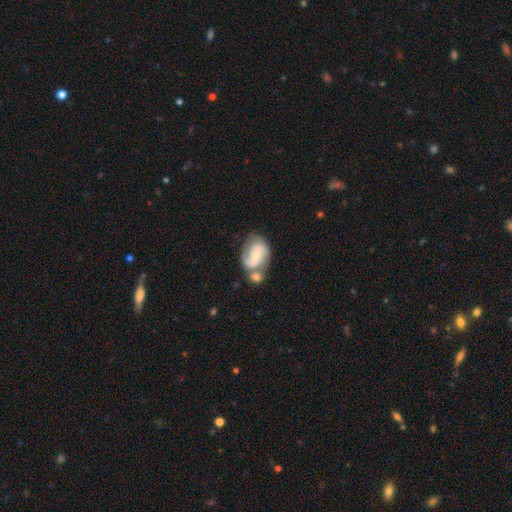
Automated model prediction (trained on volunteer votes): The model was most divided on "merging": merger: 37%, none: 35%, minor disturbance: 18%, major disturbance: 10%. Remaining: edge-on disk — no (97%); spiral arms — yes (89%); spiral arm count — 2 (74%); smooth or featured — featured or disk (69%); bulge size — small (59%); bar — no (57%); spiral winding — medium (46%).